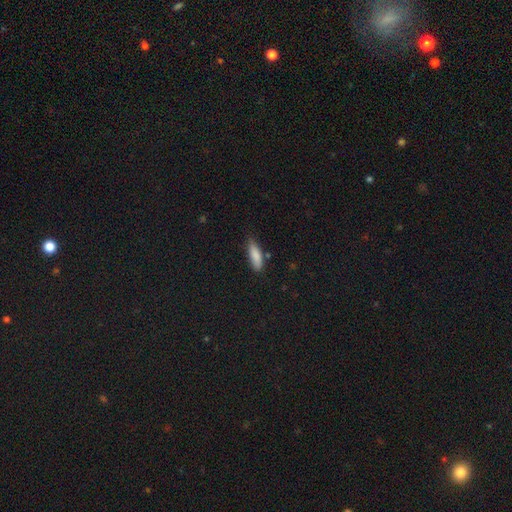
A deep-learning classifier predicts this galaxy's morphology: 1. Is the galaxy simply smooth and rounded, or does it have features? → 86% smooth, 8% featured or disk, 7% star or artifact.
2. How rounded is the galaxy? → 50% in between, 48% cigar-shaped, 2% round.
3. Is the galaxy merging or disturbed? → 69% none, 24% minor disturbance, 4% major disturbance, 3% merger.